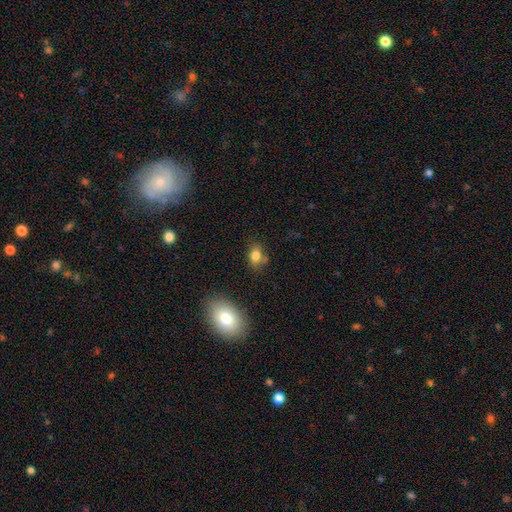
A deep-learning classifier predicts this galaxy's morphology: Smooth or featured? Predicted: smooth (p=0.80). How rounded? Predicted: in between (p=0.77). Merging? Predicted: none (p=0.66).